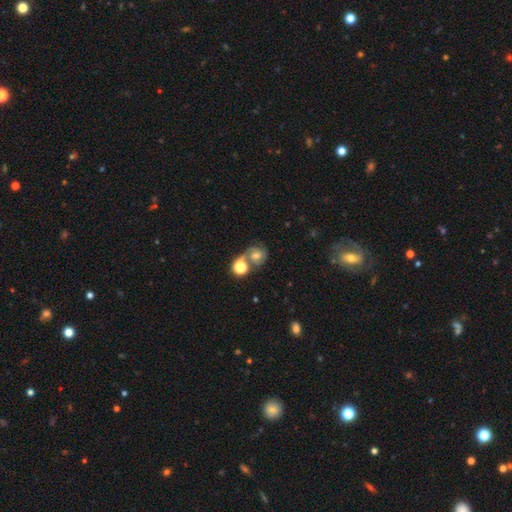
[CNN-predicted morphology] Smooth or featured: smooth — 49% (star or artifact — 36%)
Merging: none — 56% (merger — 28%)